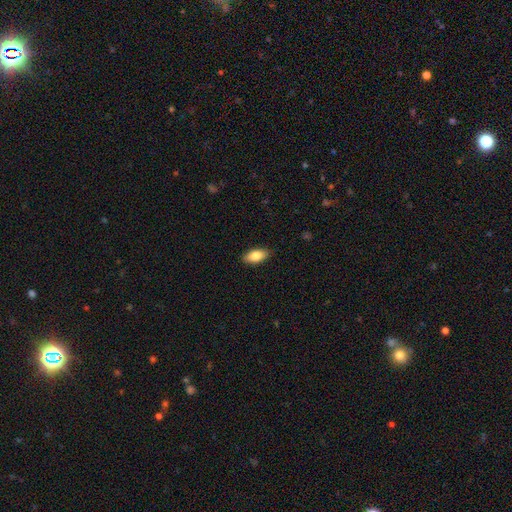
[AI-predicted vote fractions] Smooth or featured: smooth — 82% (featured or disk — 11%)
How rounded: in between — 89% (cigar-shaped — 7%)
Merging: none — 88% (minor disturbance — 9%)